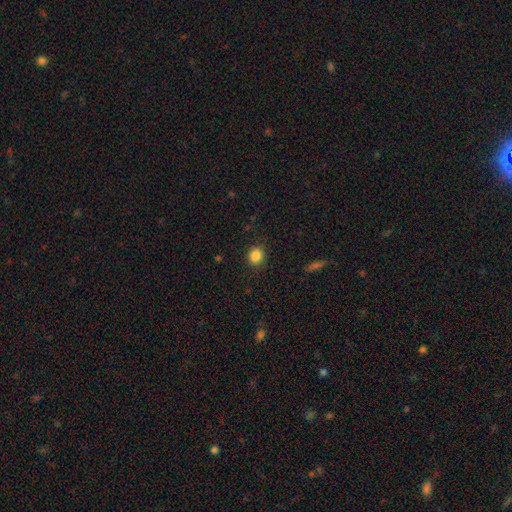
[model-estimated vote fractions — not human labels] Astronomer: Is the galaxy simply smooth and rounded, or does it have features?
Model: smooth — 86%.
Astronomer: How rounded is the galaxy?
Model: round — 79%.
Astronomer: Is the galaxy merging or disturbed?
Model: none — 86%.